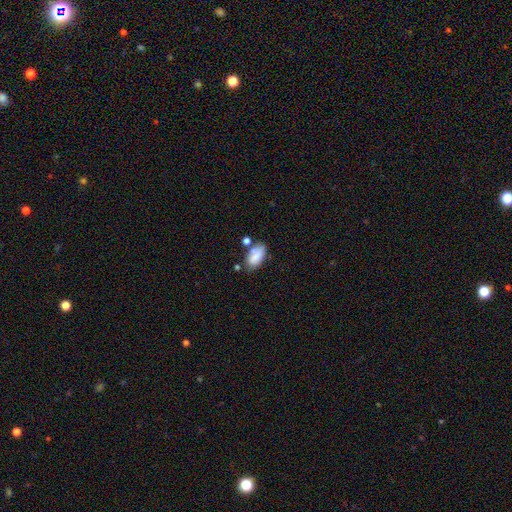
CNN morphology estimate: Overall: smooth (82%). How rounded: in between (92%). Merging: none (56%; minor disturbance 20%).